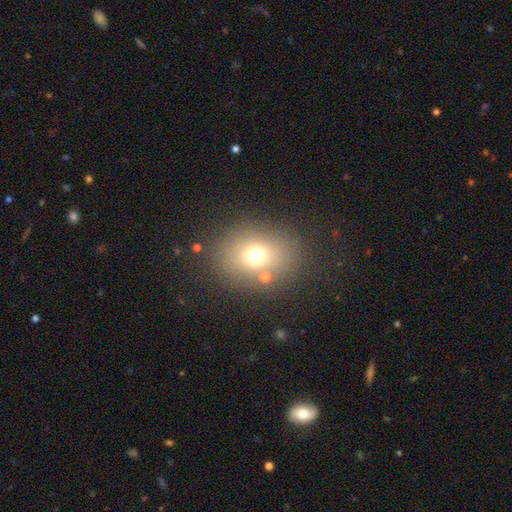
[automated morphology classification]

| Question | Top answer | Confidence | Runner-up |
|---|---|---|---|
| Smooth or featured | smooth | 69% | star or artifact (17%) |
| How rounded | round | 53% | in between (46%) |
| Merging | none | 79% | minor disturbance (11%) |